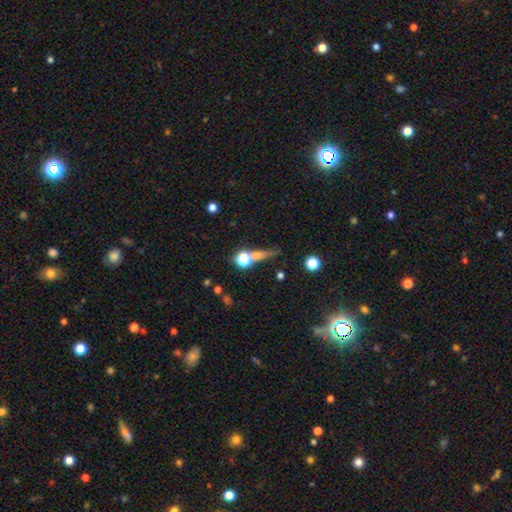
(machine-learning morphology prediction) smooth_or_featured: smooth (p=0.49) [alt: featured or disk p=0.27]
merging: none (p=0.60) [alt: merger p=0.20]